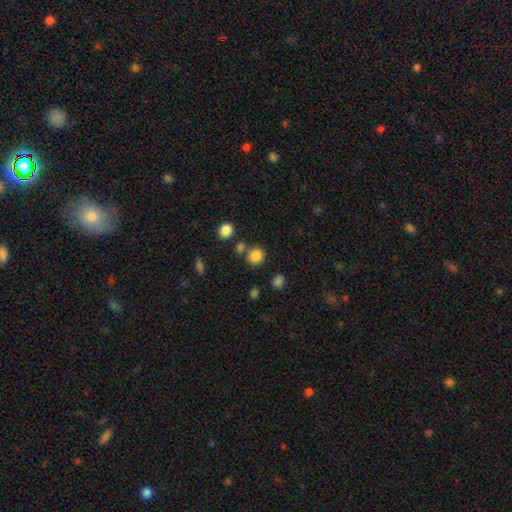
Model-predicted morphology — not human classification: This appears to be a smooth galaxy with no disk features (84%) that is round (86%). Merging: none (74%).